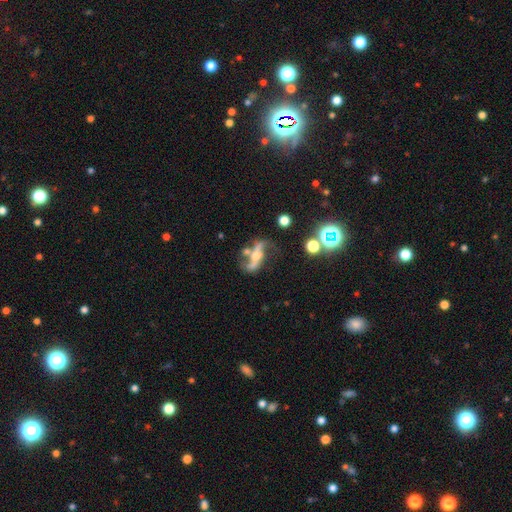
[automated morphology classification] featured or disk 78%, smooth 12%, star or artifact 10%. Down the decision tree: edge-on disk — no (89%); bar — no (43%); spiral arms — yes (87%); spiral arm count — 2 (89%); spiral winding — loose (83%); bulge size — moderate (45%); merging — none (47%).